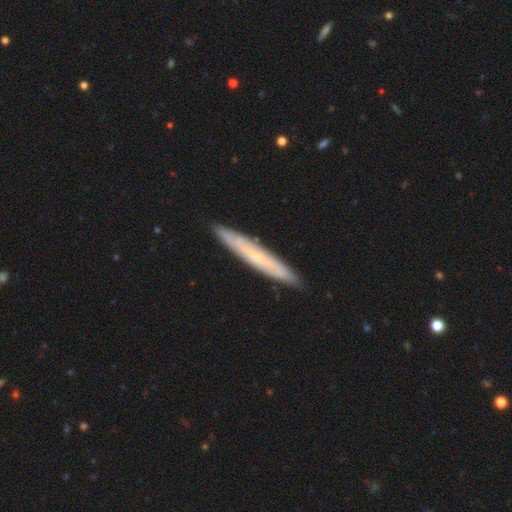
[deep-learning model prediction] Smooth or featured?
  - featured or disk: 58% *
  - smooth: 36%
  - star or artifact: 6%
Edge-on disk?
  - yes: 77% *
  - no: 23%
Merging?
  - none: 89% *
  - minor disturbance: 8%
  - major disturbance: 1%
  - merger: 1%